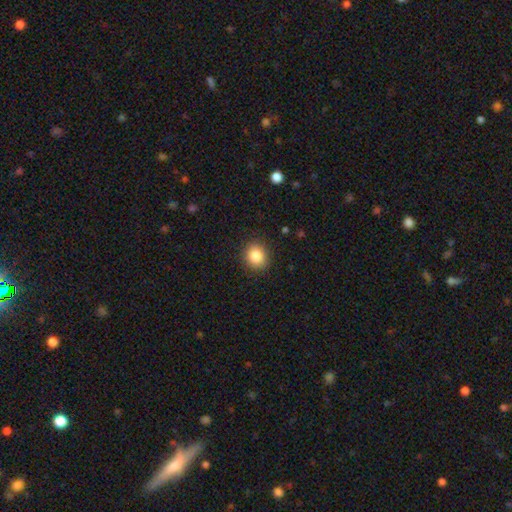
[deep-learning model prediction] This appears to be a smooth galaxy with no disk features (85%) that is round (76%). Merging: none (89%).